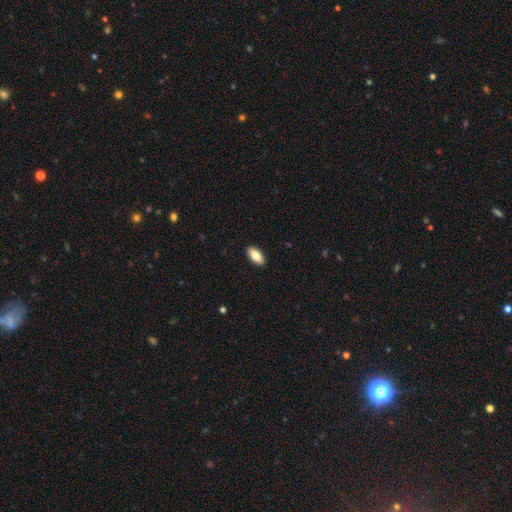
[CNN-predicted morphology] A smooth galaxy with no disk features (81%) that is in between round and cigar-shaped (90%).

Vote fractions:
- Smooth or featured? smooth: 81% / featured or disk: 13% / star or artifact: 6%
- How rounded? in between: 90% / cigar-shaped: 7% / round: 2%
- Merging? none: 91% / minor disturbance: 7% / major disturbance: 2% / merger: 1%